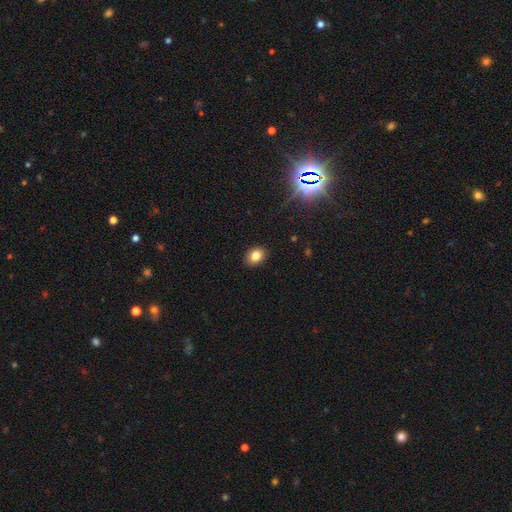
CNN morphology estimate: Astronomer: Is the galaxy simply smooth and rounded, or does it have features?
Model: smooth — 80%.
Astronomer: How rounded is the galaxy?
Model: in between — 55% (runner-up: round, 44%).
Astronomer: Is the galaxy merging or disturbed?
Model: none — 89%.